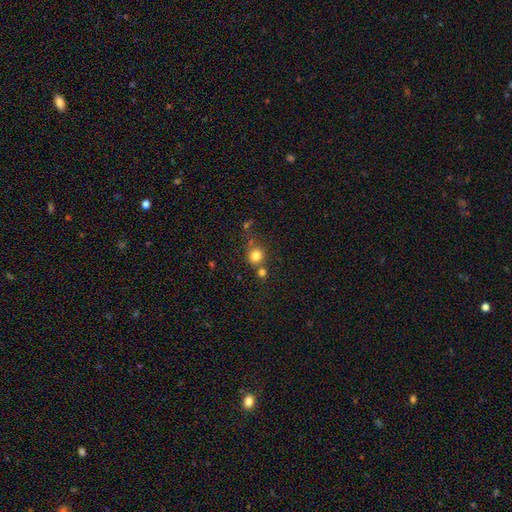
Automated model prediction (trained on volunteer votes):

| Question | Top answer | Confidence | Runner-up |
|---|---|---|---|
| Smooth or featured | smooth | 80% | star or artifact (12%) |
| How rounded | round | 87% | in between (12%) |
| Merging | none | 62% | merger (22%) |